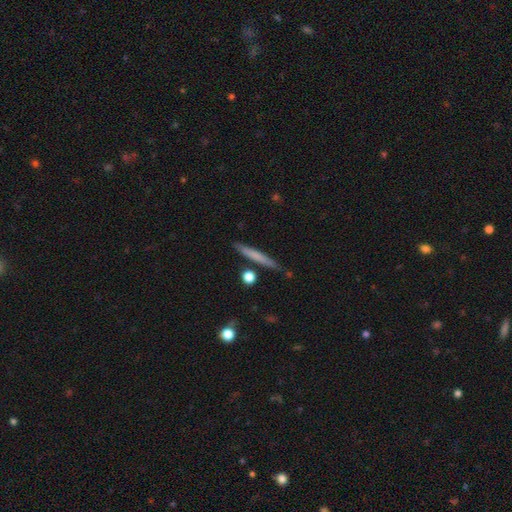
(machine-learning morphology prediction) Smooth or featured: smooth — 63% (featured or disk — 31%)
How rounded: cigar-shaped — 95% (in between — 3%)
Merging: none — 85% (minor disturbance — 9%)